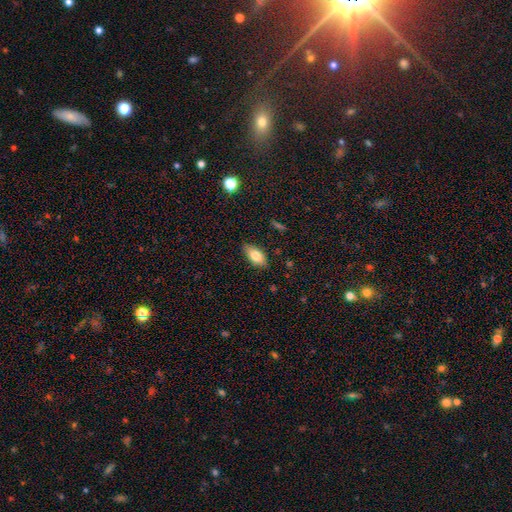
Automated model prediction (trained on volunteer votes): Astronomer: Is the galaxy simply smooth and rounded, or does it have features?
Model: smooth — 81%.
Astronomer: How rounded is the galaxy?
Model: in between — 90%.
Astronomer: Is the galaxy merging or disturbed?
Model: none — 85%.